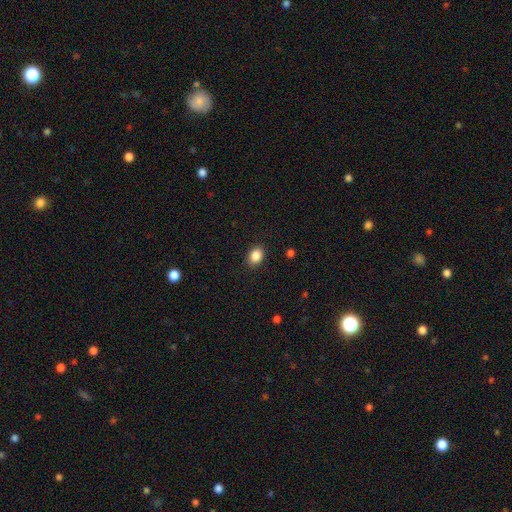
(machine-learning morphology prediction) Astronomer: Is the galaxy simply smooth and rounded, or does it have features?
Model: smooth — 87%.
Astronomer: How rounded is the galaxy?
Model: in between — 65%.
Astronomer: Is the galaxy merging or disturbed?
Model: none — 88%.